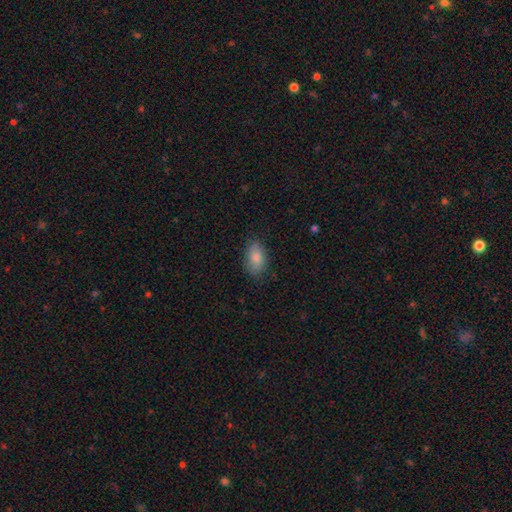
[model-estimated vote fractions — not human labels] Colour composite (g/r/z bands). It shows a smooth galaxy with no disk features (83%) that is in between round and cigar-shaped (90%). Merging: none (82%).